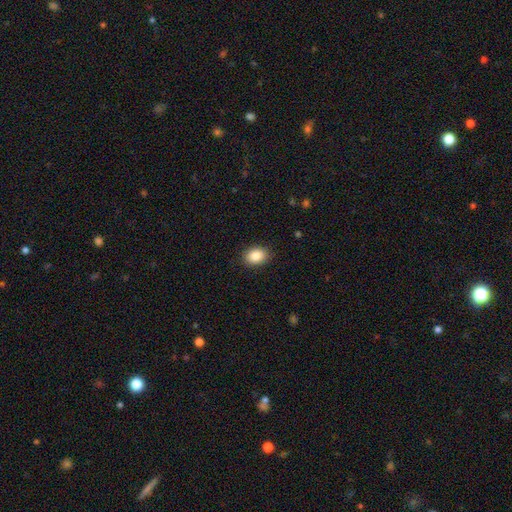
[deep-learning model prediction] Q: Smooth or featured?
A: smooth (88%); runner-up: star or artifact (8%)
Q: How rounded?
A: in between (74%); runner-up: round (25%)
Q: Merging?
A: none (89%); runner-up: minor disturbance (8%)